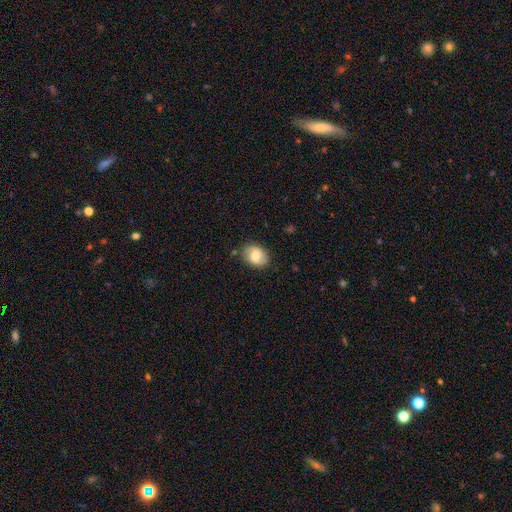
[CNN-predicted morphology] Smooth or featured?
  - smooth: 67% *
  - featured or disk: 25%
  - star or artifact: 8%
How rounded?
  - in between: 62% *
  - round: 37%
  - cigar-shaped: 1%
Merging?
  - none: 78% *
  - minor disturbance: 17%
  - major disturbance: 4%
  - merger: 2%